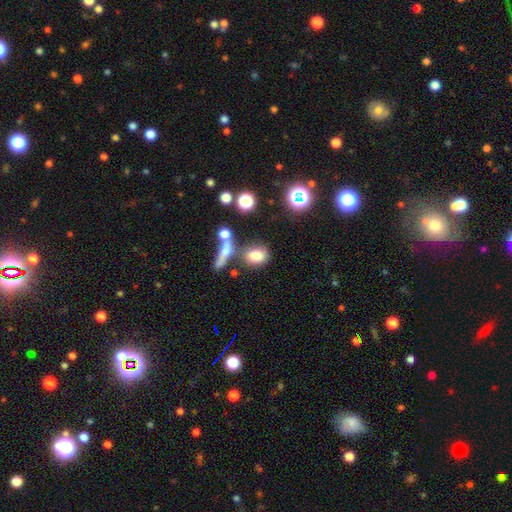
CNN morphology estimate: Smooth or featured? smooth (76%)
How rounded? in between (67%)
Merging? none (54%)